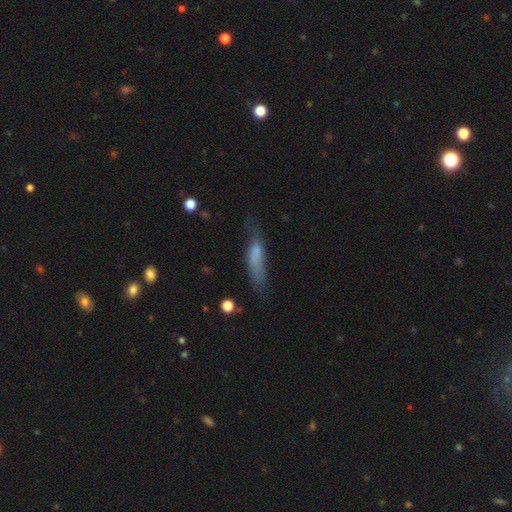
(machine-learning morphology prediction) Smooth or featured? Predicted: smooth (p=0.64). How rounded? Predicted: cigar-shaped (p=0.70). Merging? Predicted: none (p=0.52).